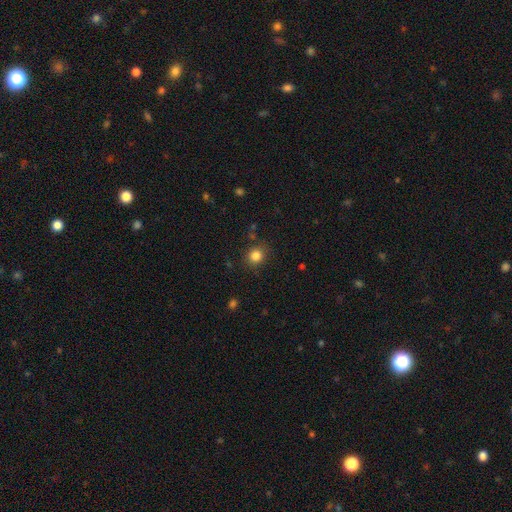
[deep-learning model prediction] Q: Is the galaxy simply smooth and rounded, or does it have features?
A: smooth — 83%.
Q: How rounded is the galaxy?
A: round — 84%.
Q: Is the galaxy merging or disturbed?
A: none — 85%.